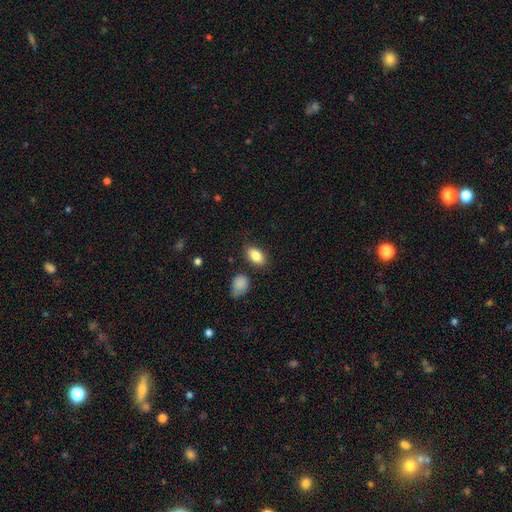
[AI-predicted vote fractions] This is clearly a smooth galaxy (85%). How rounded: clearly in between (90%). Merging: likely none (78%).